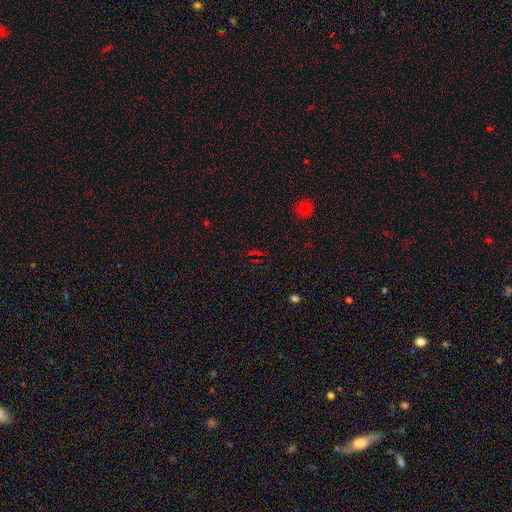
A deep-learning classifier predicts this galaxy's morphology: This appears to be a star or artifact, not a galaxy (69%).